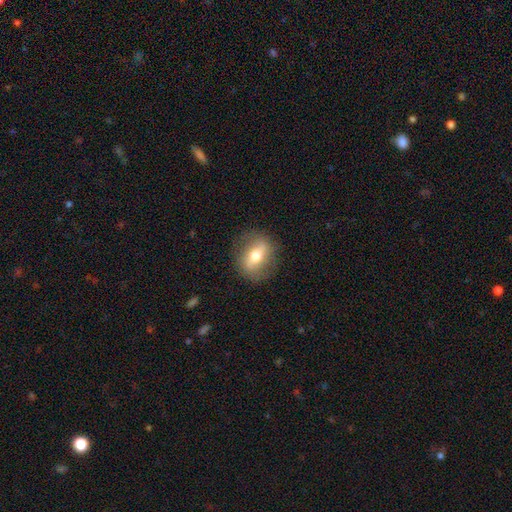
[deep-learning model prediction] featured or disk 47%, smooth 46%, star or artifact 8%. Down the decision tree: merging — none (83%).